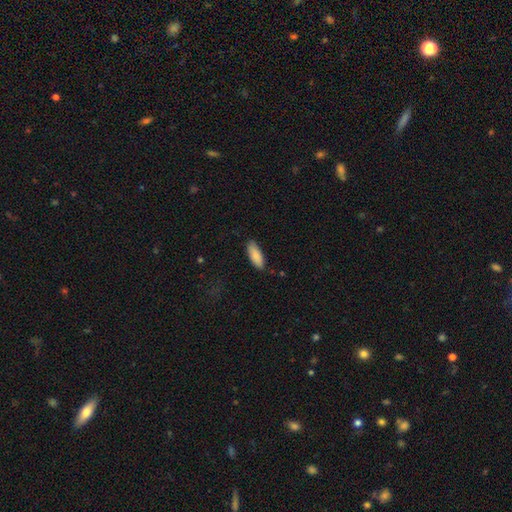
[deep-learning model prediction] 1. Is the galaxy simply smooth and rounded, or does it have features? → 87% smooth, 7% featured or disk, 6% star or artifact.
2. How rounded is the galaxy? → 75% in between, 23% cigar-shaped, 2% round.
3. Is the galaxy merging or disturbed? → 84% none, 13% minor disturbance, 2% major disturbance, 1% merger.